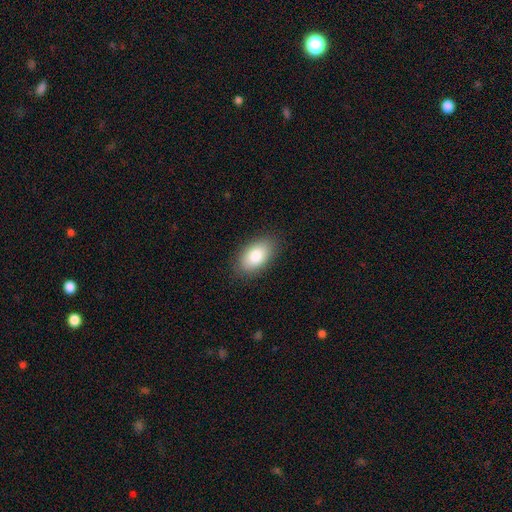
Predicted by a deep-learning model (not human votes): Overall: smooth (84%). How rounded: in between (93%). Merging: none (86%).